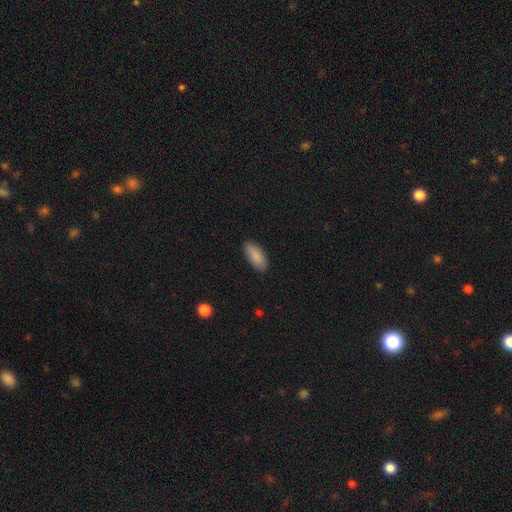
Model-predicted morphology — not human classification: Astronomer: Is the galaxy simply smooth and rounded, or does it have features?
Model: smooth — 88%.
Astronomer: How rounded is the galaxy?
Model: in between — 85%.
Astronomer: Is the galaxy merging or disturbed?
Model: none — 88%.